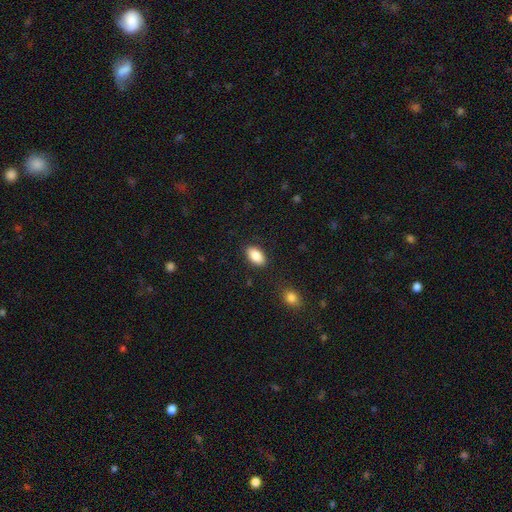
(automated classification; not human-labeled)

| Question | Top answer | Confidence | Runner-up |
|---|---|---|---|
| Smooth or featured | smooth | 87% | star or artifact (7%) |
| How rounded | in between | 93% | round (5%) |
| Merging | none | 86% | minor disturbance (9%) |